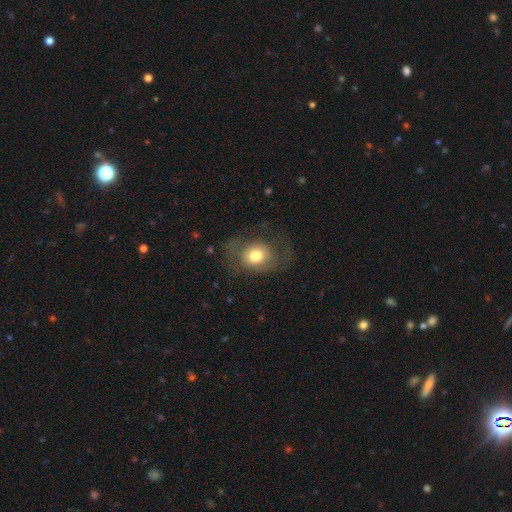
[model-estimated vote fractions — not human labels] Smooth or featured? smooth (67%)
How rounded? round (53%)
Merging? none (58%)